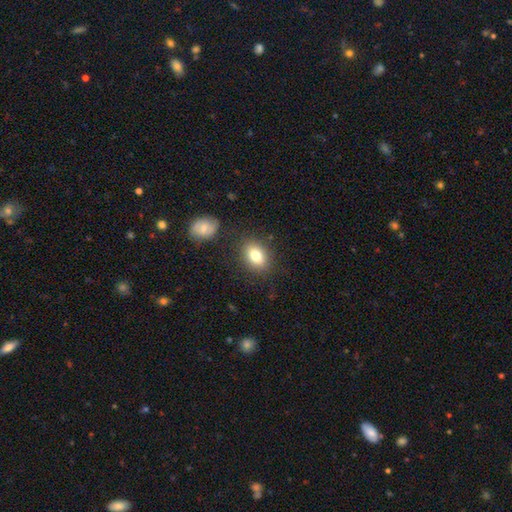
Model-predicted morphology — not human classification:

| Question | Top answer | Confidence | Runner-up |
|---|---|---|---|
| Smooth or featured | smooth | 81% | featured or disk (10%) |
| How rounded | in between | 76% | round (23%) |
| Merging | none | 82% | minor disturbance (11%) |